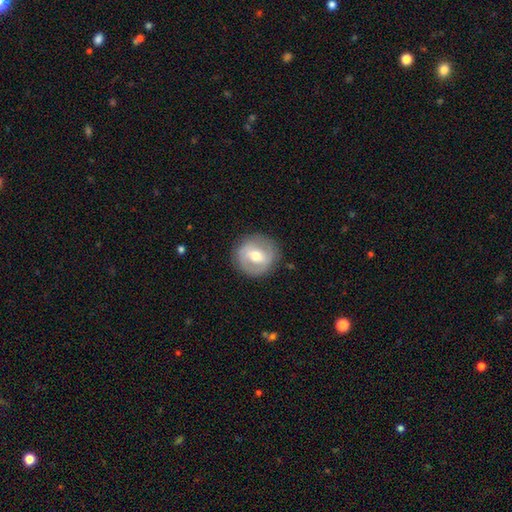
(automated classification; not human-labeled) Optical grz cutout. It shows a featured or disk galaxy (52%). Merging: none (84%).